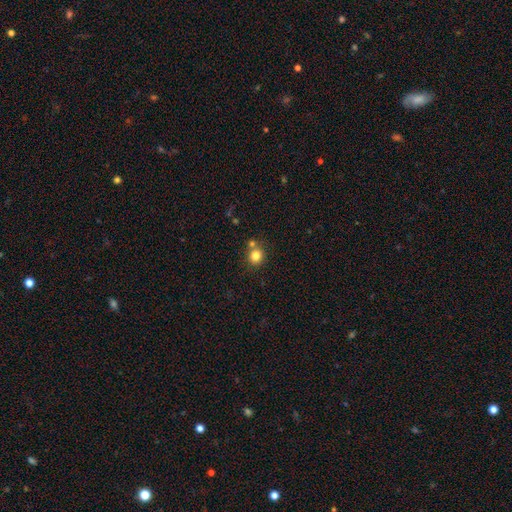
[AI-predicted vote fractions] A smooth galaxy with no disk features (81%) that is round (86%).

Vote fractions:
- Smooth or featured? smooth: 81% / star or artifact: 12% / featured or disk: 7%
- How rounded? round: 86% / in between: 13% / cigar-shaped: 1%
- Merging? none: 68% / merger: 20% / minor disturbance: 9% / major disturbance: 3%